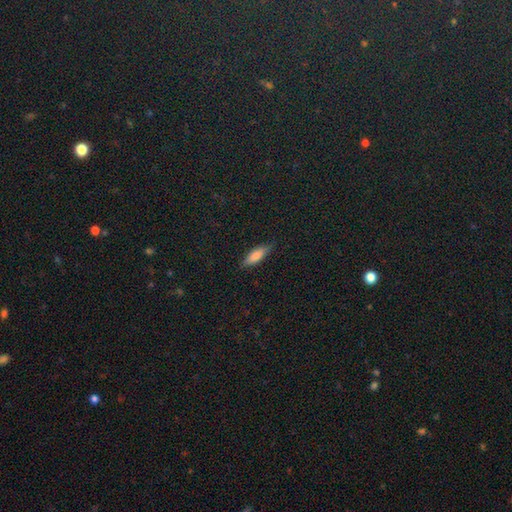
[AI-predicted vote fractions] A smooth galaxy with no disk features (77%) that is in between round and cigar-shaped (54%).

Vote fractions:
- Smooth or featured? smooth: 77% / featured or disk: 16% / star or artifact: 7%
- How rounded? in between: 54% / cigar-shaped: 44% / round: 2%
- Merging? none: 84% / minor disturbance: 12% / major disturbance: 2% / merger: 1%